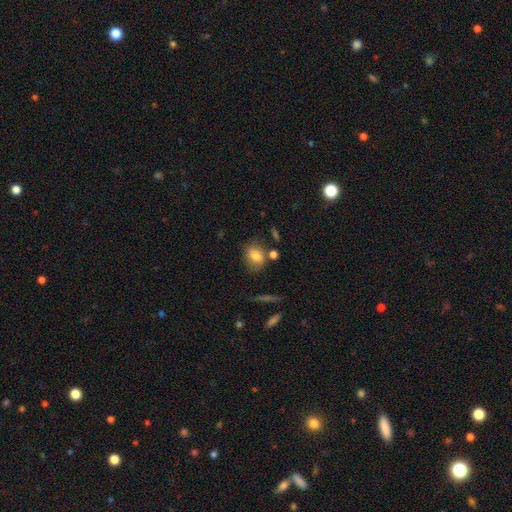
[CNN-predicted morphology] Smooth or featured: smooth — 79% (featured or disk — 12%)
How rounded: in between — 56% (round — 42%)
Merging: none — 66% (minor disturbance — 19%)